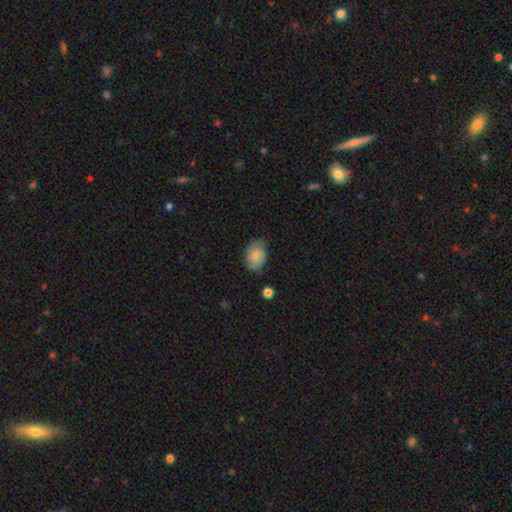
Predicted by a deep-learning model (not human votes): Morphology: type=smooth (65%); roundness=in between (79%); merging=none (67%).